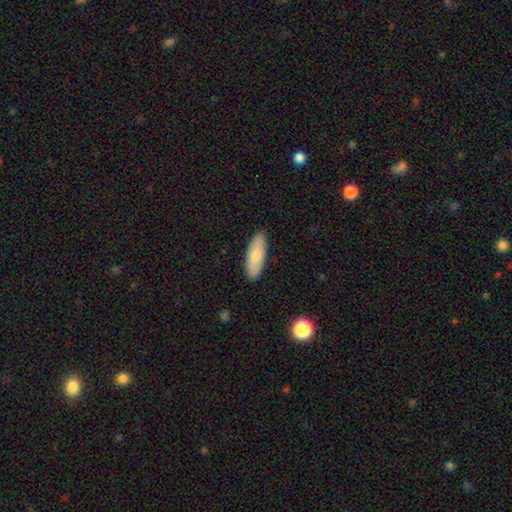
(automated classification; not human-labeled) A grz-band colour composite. It shows a smooth galaxy with no disk features (79%) that is in between round and cigar-shaped (63%). Merging: none (88%).